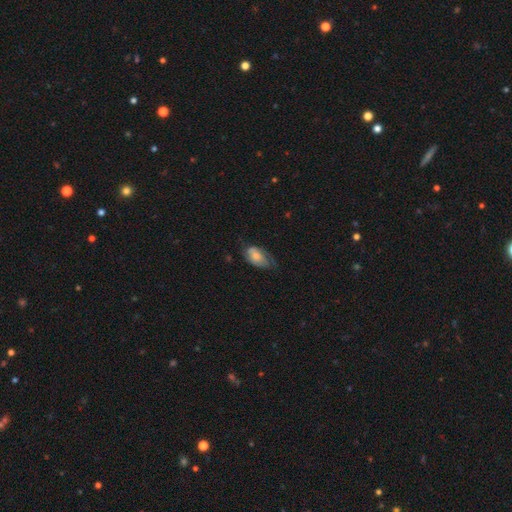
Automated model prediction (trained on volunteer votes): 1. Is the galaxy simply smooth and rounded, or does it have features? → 55% smooth, 38% featured or disk, 7% star or artifact.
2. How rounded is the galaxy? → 92% in between, 5% round, 3% cigar-shaped.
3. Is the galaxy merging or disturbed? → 46% none, 34% minor disturbance, 18% major disturbance, 2% merger.